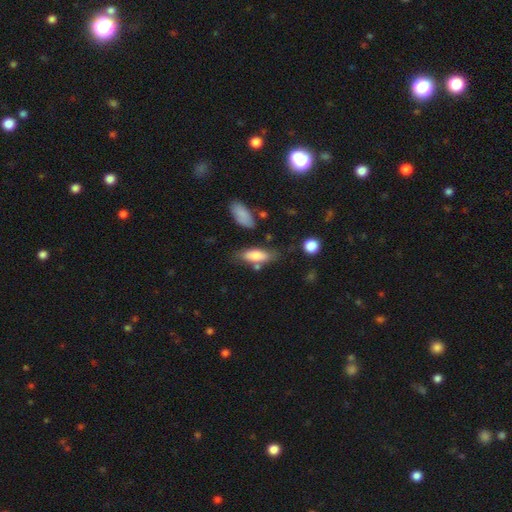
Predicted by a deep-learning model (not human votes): Smooth or featured? Predicted: smooth (p=0.78). How rounded? Predicted: in between (p=0.71). Merging? Predicted: none (p=0.64).